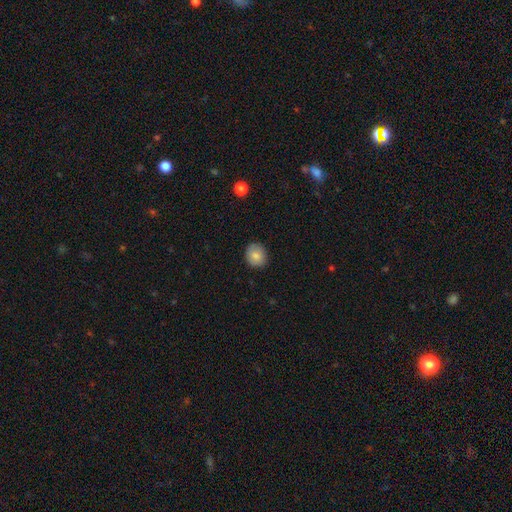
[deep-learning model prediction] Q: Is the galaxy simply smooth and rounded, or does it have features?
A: smooth — 84%.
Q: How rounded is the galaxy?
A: round — 73%.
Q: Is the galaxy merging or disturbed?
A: none — 87%.